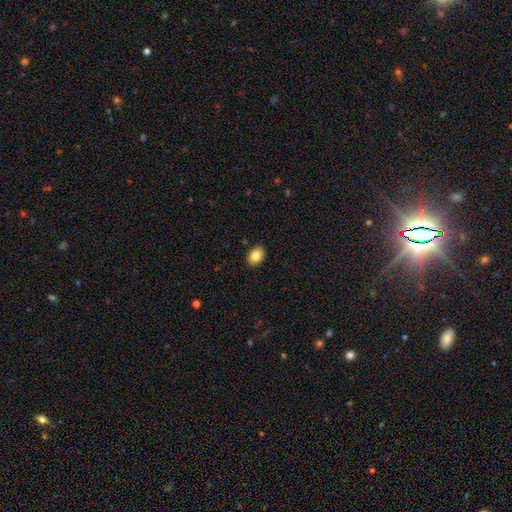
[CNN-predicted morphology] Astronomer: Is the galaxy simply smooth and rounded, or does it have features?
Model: smooth — 84%.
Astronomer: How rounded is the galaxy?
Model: in between — 77%.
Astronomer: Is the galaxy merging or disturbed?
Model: none — 90%.